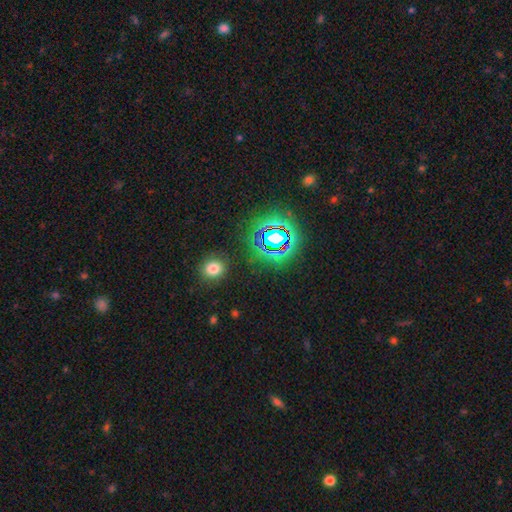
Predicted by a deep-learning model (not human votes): Smooth or featured? Predicted: star or artifact (p=0.73).